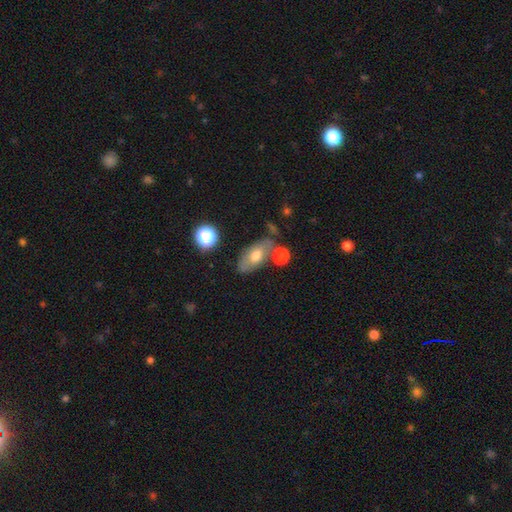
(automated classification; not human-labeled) The model was most divided on "smooth or featured": smooth: 63%, featured or disk: 28%, star or artifact: 9%. More confident: how rounded — in between (86%); merging — none (63%).